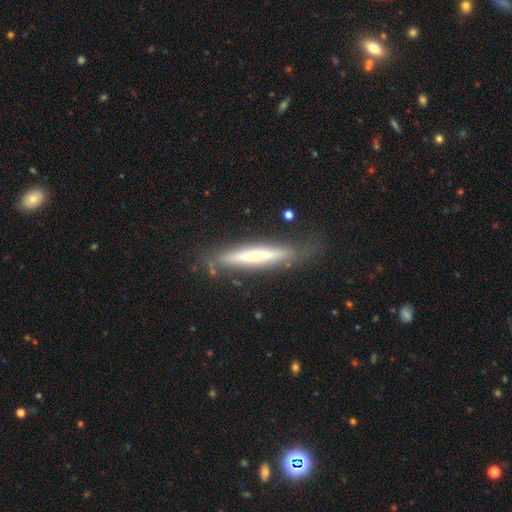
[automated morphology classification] Q: Smooth or featured?
A: featured or disk (49%); runner-up: smooth (45%)
Q: Merging?
A: none (73%); runner-up: minor disturbance (18%)